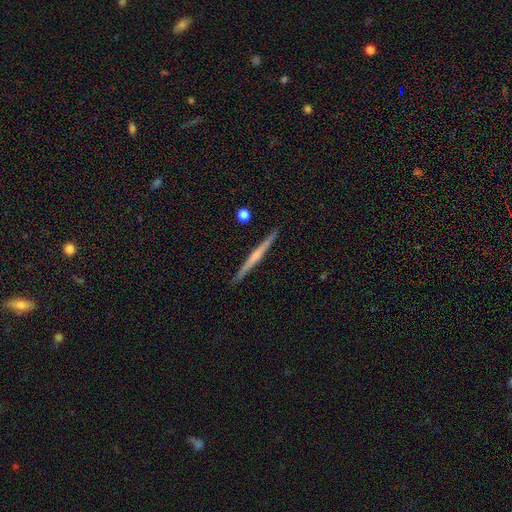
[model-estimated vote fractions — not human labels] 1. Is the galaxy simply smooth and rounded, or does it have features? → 65% featured or disk, 30% smooth, 5% star or artifact.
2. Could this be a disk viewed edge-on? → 98% yes, 2% no.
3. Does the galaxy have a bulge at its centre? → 47% rounded, 42% none, 11% boxy.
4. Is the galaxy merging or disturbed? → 91% none, 6% minor disturbance, 1% merger, 1% major disturbance.